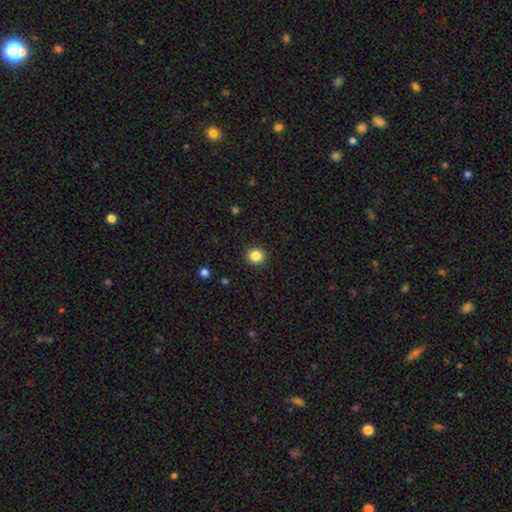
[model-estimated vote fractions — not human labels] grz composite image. It shows a smooth galaxy with no disk features (85%) that is round (90%). Merging: none (92%).